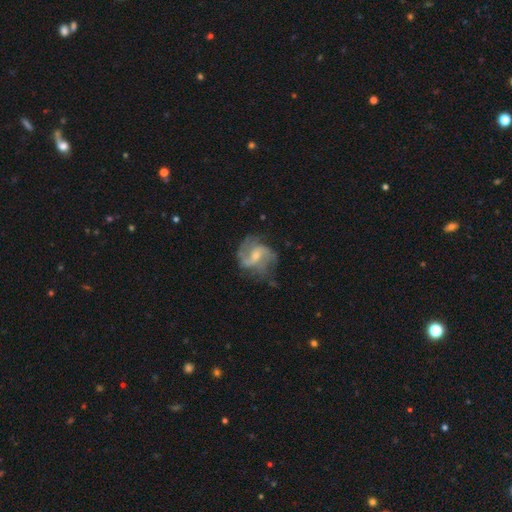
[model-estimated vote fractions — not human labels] Q: Smooth or featured?
A: featured or disk (82%); runner-up: smooth (12%)
Q: Edge-on disk?
A: no (98%); runner-up: yes (2%)
Q: Bar?
A: weak (53%); runner-up: no (31%)
Q: Spiral arms?
A: yes (93%); runner-up: no (7%)
Q: Spiral winding?
A: medium (47%); runner-up: loose (38%)
Q: Spiral arm count?
A: 2 (71%); runner-up: can't tell (11%)
Q: Bulge size?
A: small (57%); runner-up: moderate (35%)
Q: Merging?
A: none (59%); runner-up: minor disturbance (23%)